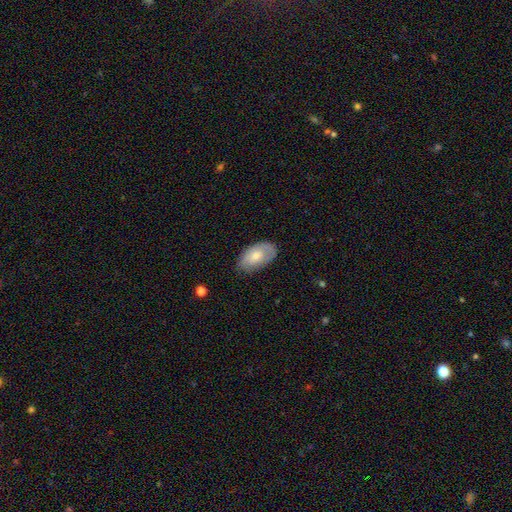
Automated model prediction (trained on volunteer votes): This is likely a smooth galaxy (70%). How rounded: clearly in between (94%). Merging: likely none (73%).